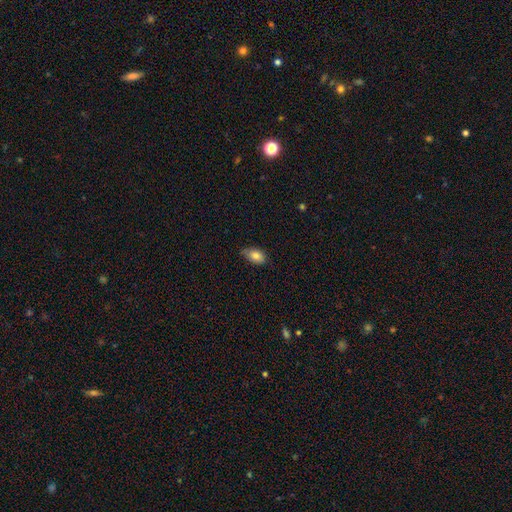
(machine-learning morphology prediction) The model was most divided on "merging": none: 66%, minor disturbance: 29%, major disturbance: 4%, merger: 1%. More confident: how rounded — in between (90%); smooth or featured — smooth (83%).